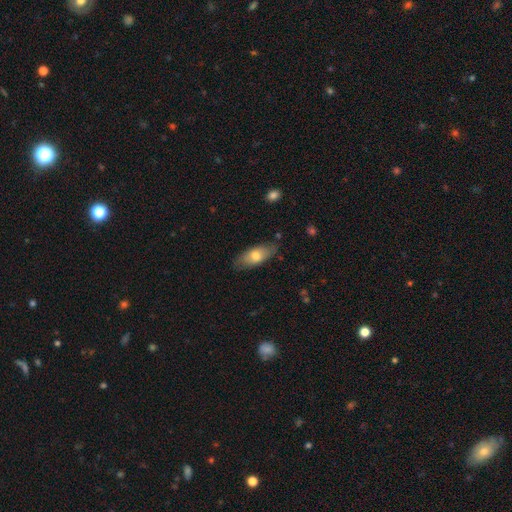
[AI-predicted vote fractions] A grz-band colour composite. It shows a smooth galaxy with no disk features (71%) that is in between round and cigar-shaped (82%). Merging: none (79%).